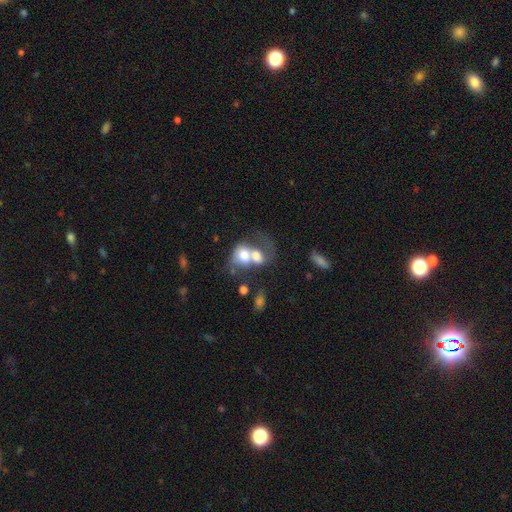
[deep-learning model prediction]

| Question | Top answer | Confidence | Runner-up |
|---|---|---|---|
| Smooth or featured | smooth | 58% | featured or disk (34%) |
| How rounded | in between | 61% | round (37%) |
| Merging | merger | 76% | major disturbance (10%) |